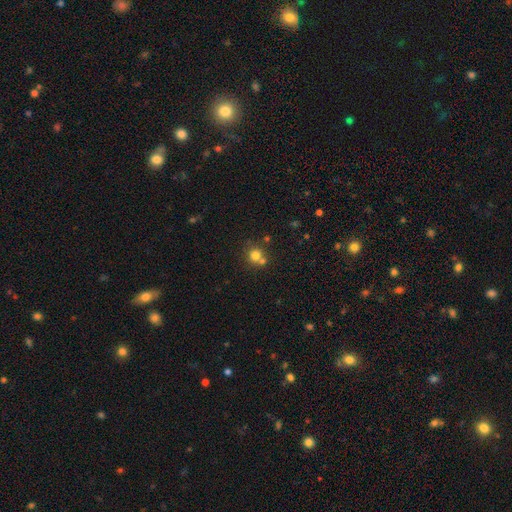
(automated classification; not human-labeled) Smooth or featured: smooth — 76% (star or artifact — 14%)
How rounded: round — 88% (in between — 11%)
Merging: none — 56% (merger — 33%)